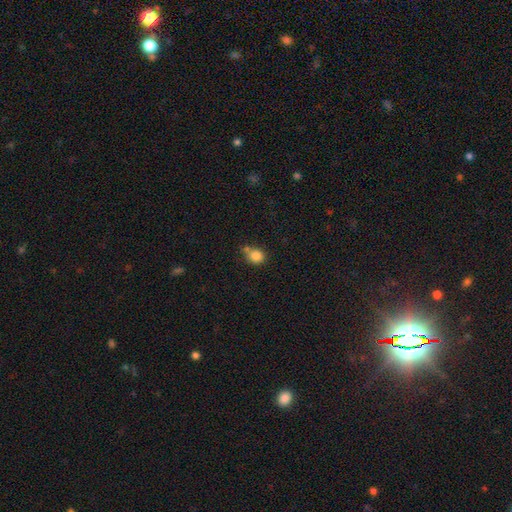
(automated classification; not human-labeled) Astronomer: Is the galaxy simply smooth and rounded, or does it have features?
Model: smooth — 83%.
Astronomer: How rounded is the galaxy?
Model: round — 77%.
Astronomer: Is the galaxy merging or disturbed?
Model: none — 55%.